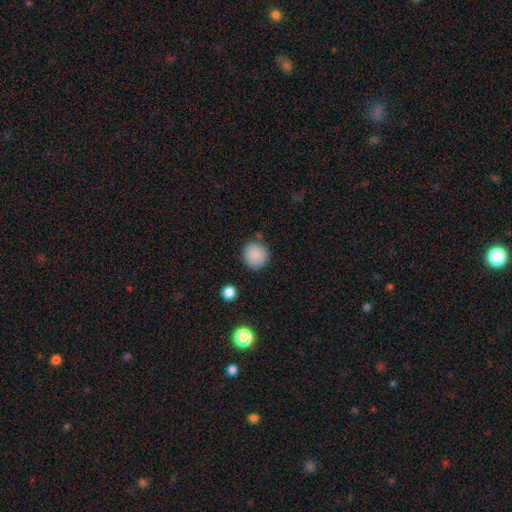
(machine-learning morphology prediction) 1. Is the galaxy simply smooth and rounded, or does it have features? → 88% smooth, 8% star or artifact, 4% featured or disk.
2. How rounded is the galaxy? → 92% round, 7% in between, 1% cigar-shaped.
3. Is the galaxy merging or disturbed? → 83% none, 11% minor disturbance, 3% major disturbance, 3% merger.